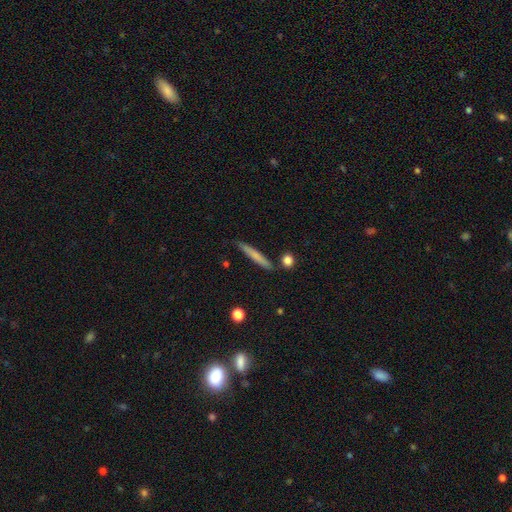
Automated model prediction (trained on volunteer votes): A smooth galaxy with no disk features (65%) that is cigar-shaped (95%). Merging: none (83%).